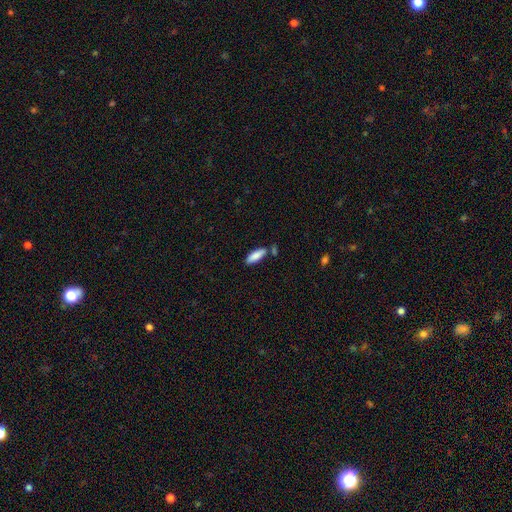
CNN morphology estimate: Smooth or featured? smooth (83%)
How rounded? in between (59%)
Merging? none (76%)